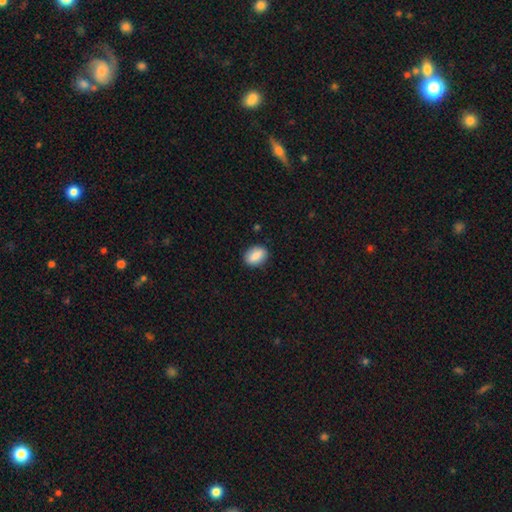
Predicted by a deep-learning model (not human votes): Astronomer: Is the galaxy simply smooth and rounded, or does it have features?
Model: smooth — 87%.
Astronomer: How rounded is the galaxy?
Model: in between — 76%.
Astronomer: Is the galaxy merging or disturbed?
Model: none — 87%.